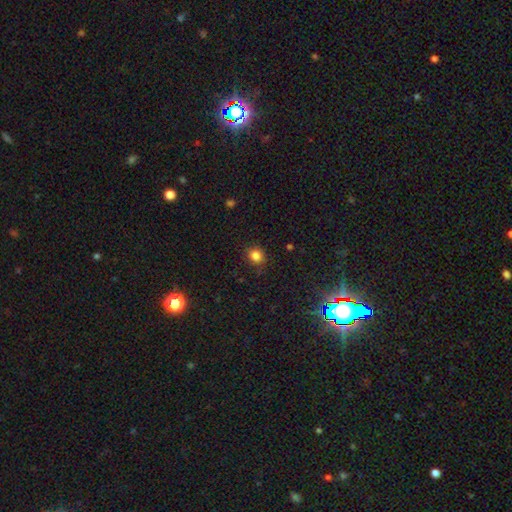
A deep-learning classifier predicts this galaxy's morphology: smooth-or-featured: smooth: 83% | star or artifact: 13% | featured or disk: 4%
  how-rounded: round: 78% | in between: 21% | cigar-shaped: 1%
  merging: none: 86% | minor disturbance: 10% | major disturbance: 3% | merger: 1%